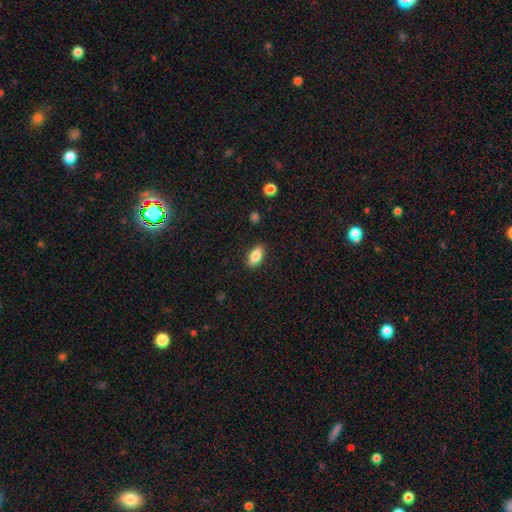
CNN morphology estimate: Smooth or featured? smooth (83%)
How rounded? in between (89%)
Merging? none (87%)